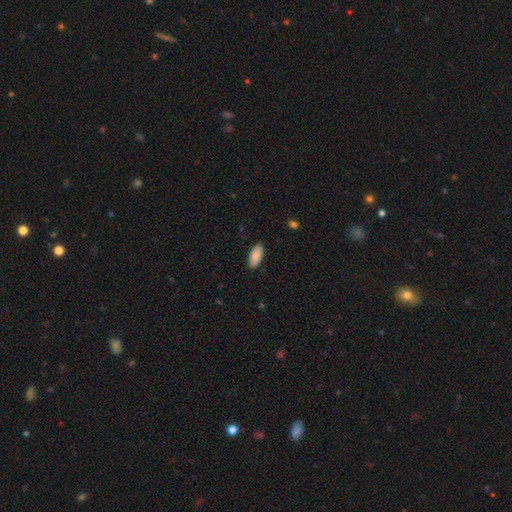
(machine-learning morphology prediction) Smooth or featured? smooth (89%)
How rounded? in between (86%)
Merging? none (89%)